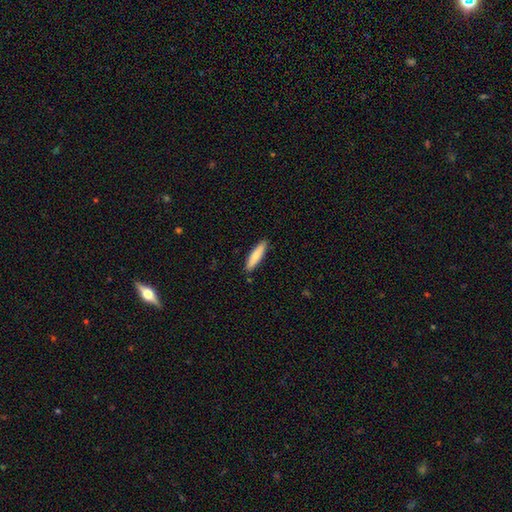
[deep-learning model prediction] Smooth or featured?
  - smooth: 83% *
  - featured or disk: 12%
  - star or artifact: 5%
How rounded?
  - cigar-shaped: 76% *
  - in between: 23%
  - round: 1%
Merging?
  - none: 88% *
  - minor disturbance: 9%
  - major disturbance: 2%
  - merger: 2%